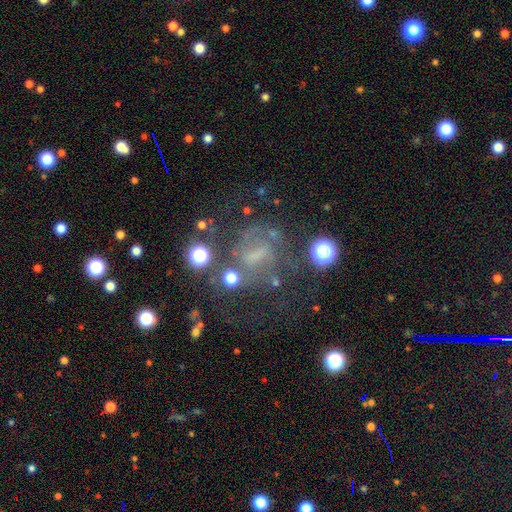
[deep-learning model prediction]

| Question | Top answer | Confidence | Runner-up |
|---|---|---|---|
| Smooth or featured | featured or disk | 55% | star or artifact (23%) |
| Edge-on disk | no | 96% | yes (4%) |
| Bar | weak | 41% | no (35%) |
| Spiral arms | yes | 59% | no (41%) |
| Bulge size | none | 46% | small (31%) |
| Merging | none | 48% | major disturbance (25%) |